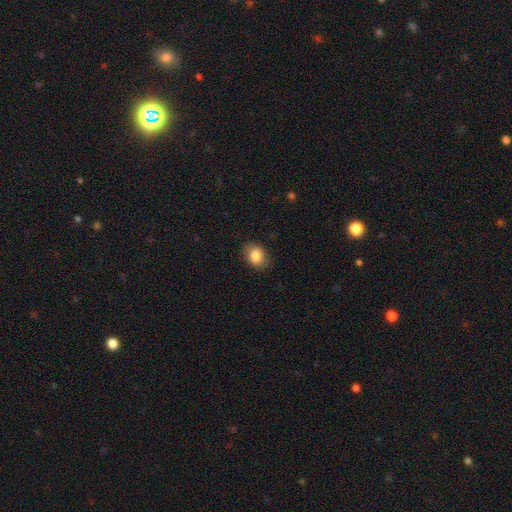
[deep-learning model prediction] Q: Smooth or featured?
A: smooth (85%); runner-up: star or artifact (9%)
Q: How rounded?
A: in between (56%); runner-up: round (43%)
Q: Merging?
A: none (85%); runner-up: minor disturbance (12%)